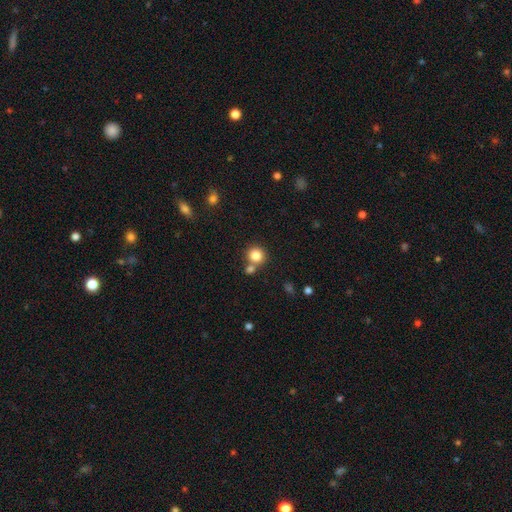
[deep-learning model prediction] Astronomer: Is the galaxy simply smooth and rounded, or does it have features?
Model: smooth — 83%.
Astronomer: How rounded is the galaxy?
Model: round — 89%.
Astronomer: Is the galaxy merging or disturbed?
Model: none — 65%.